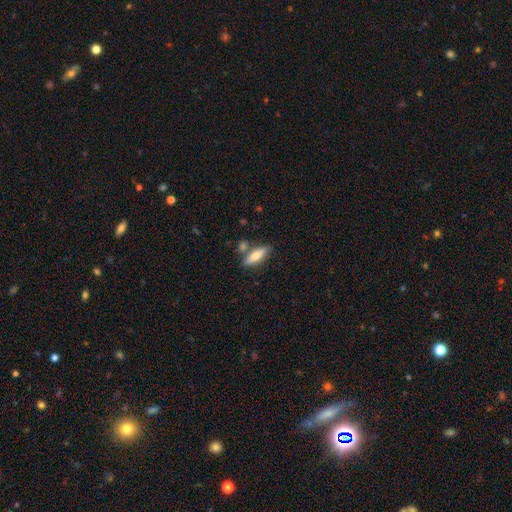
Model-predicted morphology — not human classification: Smooth or featured: smooth — 66% (featured or disk — 28%)
How rounded: cigar-shaped — 51% (in between — 46%)
Merging: none — 71% (merger — 14%)